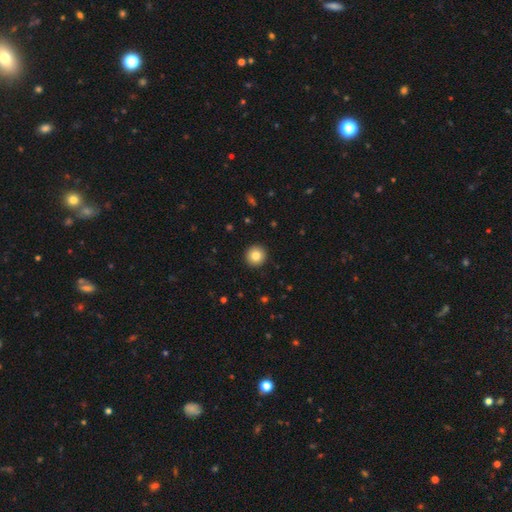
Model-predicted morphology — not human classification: This is clearly a smooth galaxy (82%). How rounded: clearly round (96%). Merging: clearly none (93%).